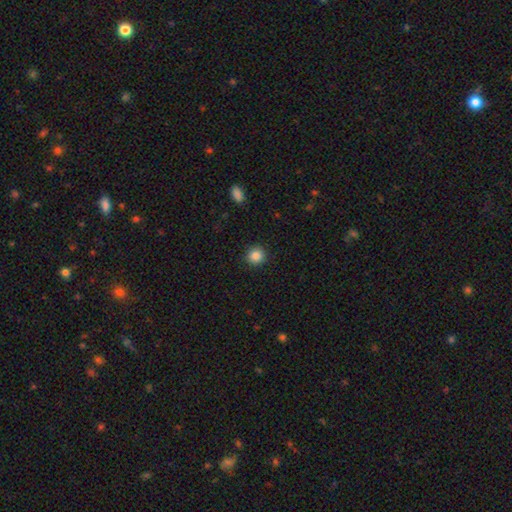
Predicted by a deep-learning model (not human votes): A smooth galaxy with no disk features (85%) that is round (92%).

Vote fractions:
- Smooth or featured? smooth: 85% / star or artifact: 10% / featured or disk: 4%
- How rounded? round: 92% / in between: 7% / cigar-shaped: 1%
- Merging? none: 92% / minor disturbance: 5% / major disturbance: 2% / merger: 1%